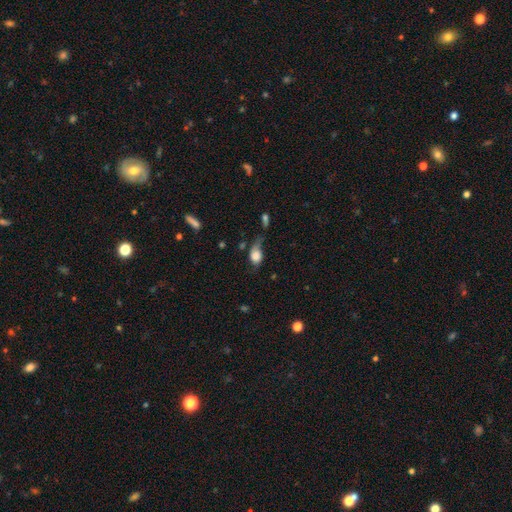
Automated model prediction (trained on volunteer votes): This is likely a smooth galaxy (67%). How rounded: possibly in between (59%). Merging: marginally major disturbance (35%).